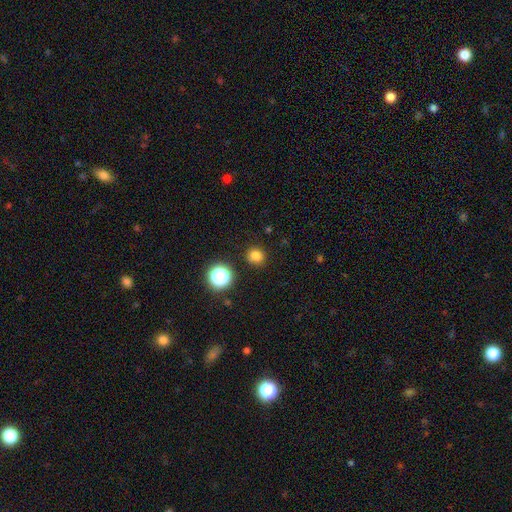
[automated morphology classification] Overall: smooth (79%). How rounded: round (91%). Merging: none (89%).